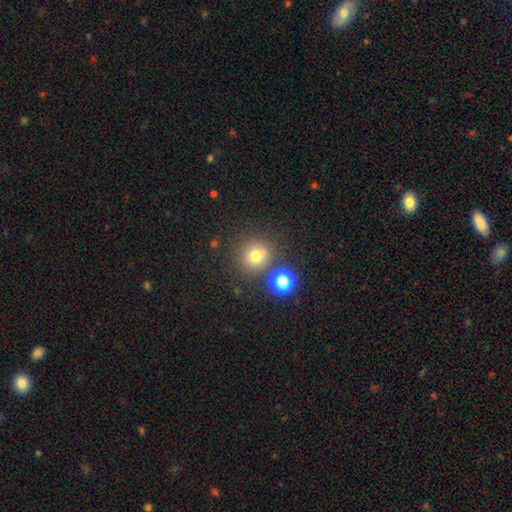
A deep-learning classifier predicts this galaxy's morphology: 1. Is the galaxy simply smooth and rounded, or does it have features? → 71% smooth, 18% star or artifact, 10% featured or disk.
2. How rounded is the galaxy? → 90% round, 9% in between, 1% cigar-shaped.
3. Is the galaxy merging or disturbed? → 71% none, 15% merger, 10% minor disturbance, 4% major disturbance.